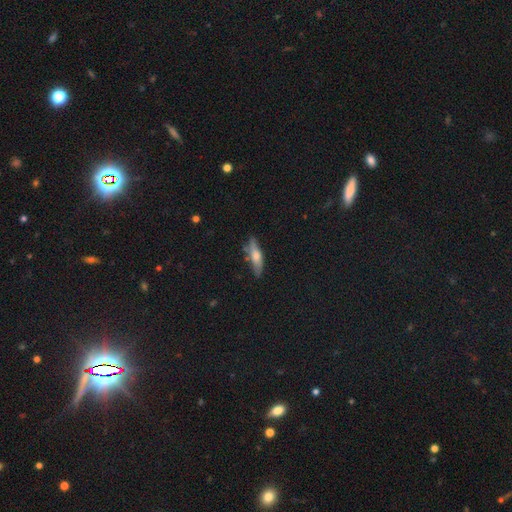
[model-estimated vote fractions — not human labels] Morphology: type=smooth (57%); roundness=cigar-shaped (65%); merging=none (73%).